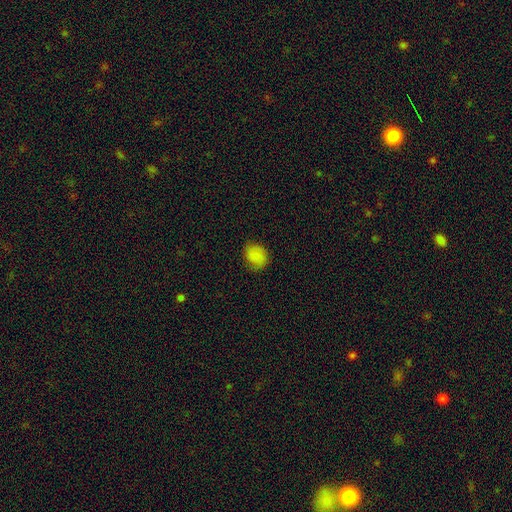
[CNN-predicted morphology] This appears to be a smooth galaxy with no disk features (83%) that is round (56%). Merging: none (78%).